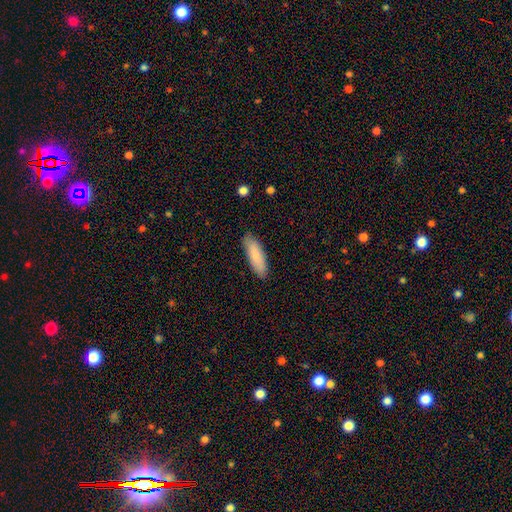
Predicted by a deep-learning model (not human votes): This is clearly a smooth galaxy (86%). How rounded: possibly cigar-shaped (51%). Merging: clearly none (86%).